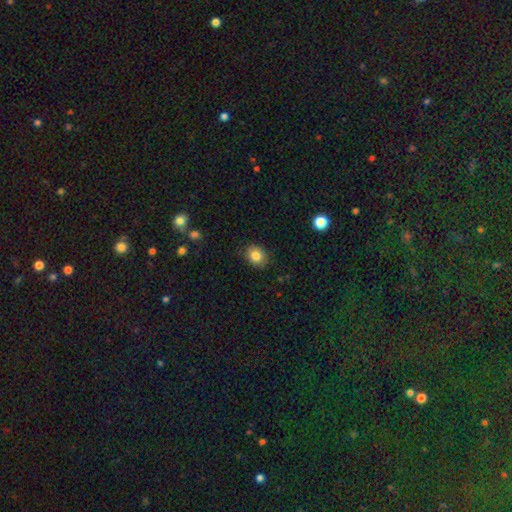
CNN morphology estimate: Smooth or featured? smooth (84%)
How rounded? round (56%)
Merging? none (85%)